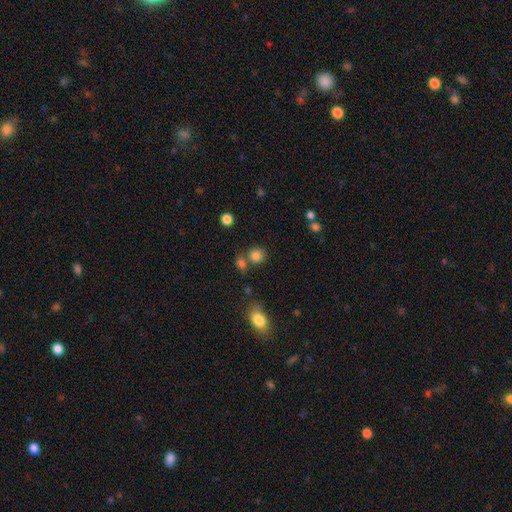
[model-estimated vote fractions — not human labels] This appears to be a smooth galaxy with no disk features (82%) that is round (82%). Merging: none (66%).